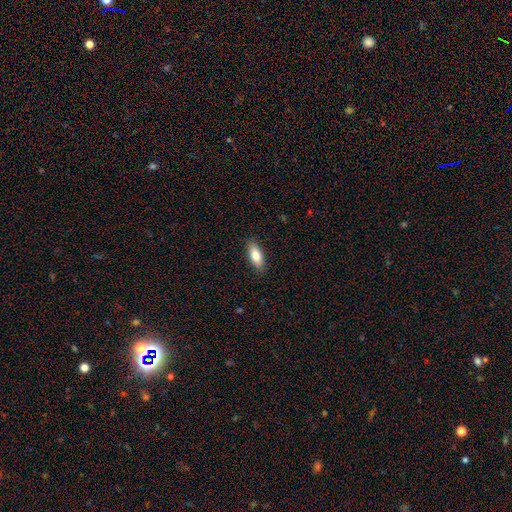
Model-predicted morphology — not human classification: This appears to be a smooth galaxy with no disk features (82%) that is in between round and cigar-shaped (79%). Merging: none (88%).